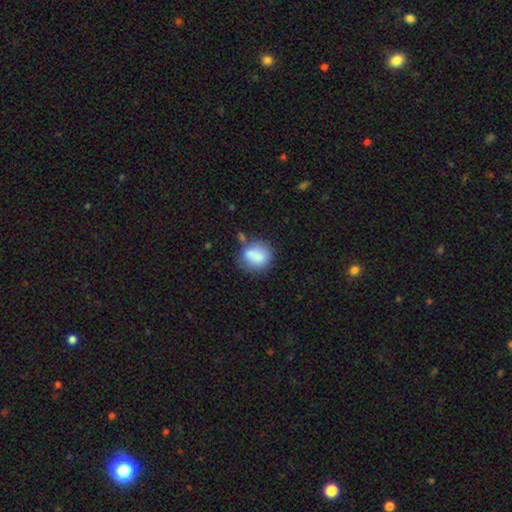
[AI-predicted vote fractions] Overall: smooth (79%). How rounded: round (67%; in between 32%). Merging: none (56%; minor disturbance 19%).